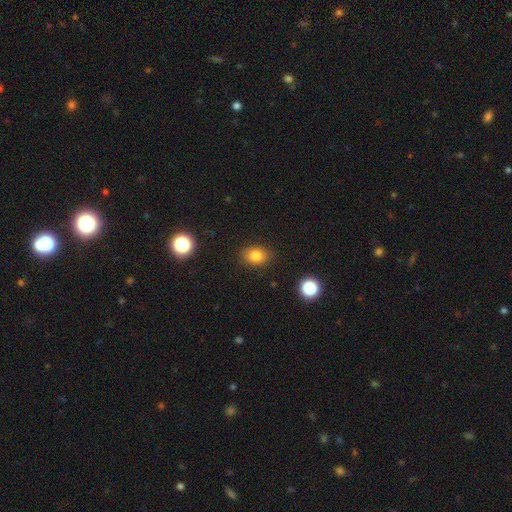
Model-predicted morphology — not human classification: Smooth or featured?
  - smooth: 81% *
  - star or artifact: 12%
  - featured or disk: 7%
How rounded?
  - in between: 66% *
  - round: 33%
  - cigar-shaped: 1%
Merging?
  - none: 87% *
  - minor disturbance: 9%
  - major disturbance: 3%
  - merger: 1%